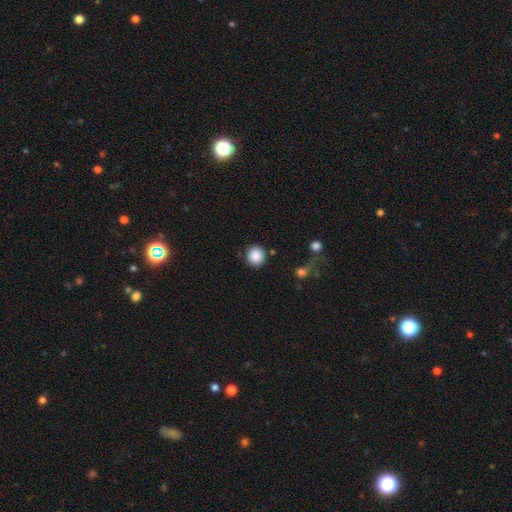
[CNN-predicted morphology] This appears to be a smooth galaxy with no disk features (88%) that is round (91%). Merging: none (85%).